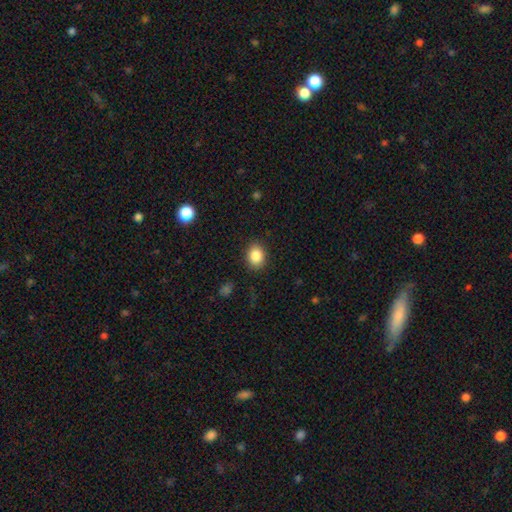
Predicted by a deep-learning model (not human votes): Smooth or featured? smooth (86%)
How rounded? in between (53%)
Merging? none (88%)